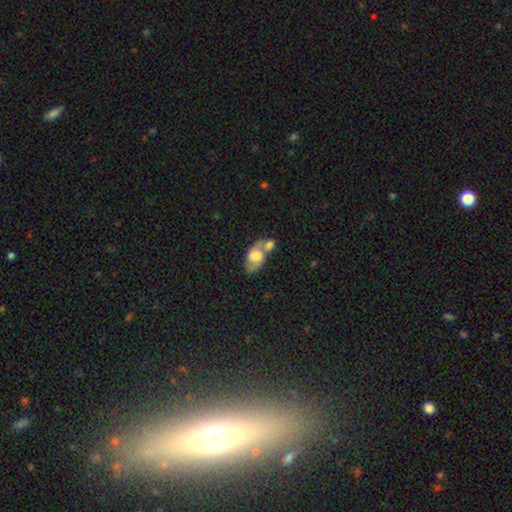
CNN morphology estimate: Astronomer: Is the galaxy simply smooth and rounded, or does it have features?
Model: featured or disk — 49% (runner-up: smooth, 43%).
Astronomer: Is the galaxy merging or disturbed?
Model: merger — 49% (runner-up: none, 29%).